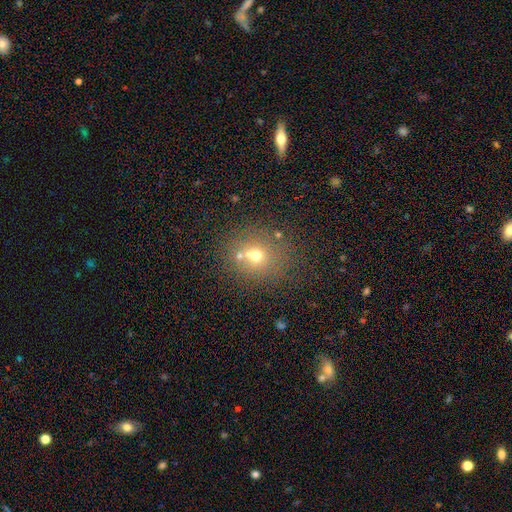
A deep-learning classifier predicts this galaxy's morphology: smooth 60%, star or artifact 21%, featured or disk 20%. Down the decision tree: how rounded — round (78%); merging — none (61%).